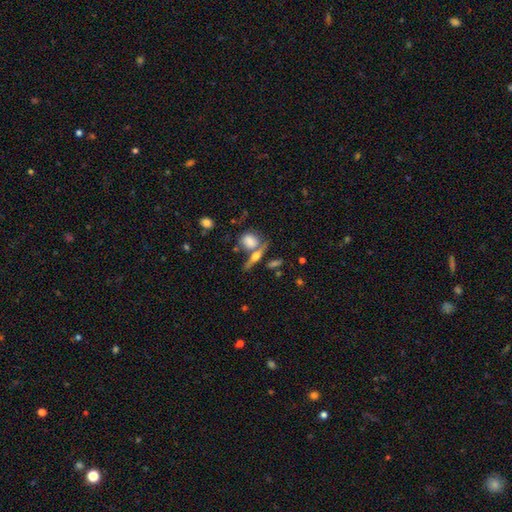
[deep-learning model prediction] smooth_or_featured: featured or disk (p=0.50) [alt: smooth p=0.40]
merging: none (p=0.60) [alt: merger p=0.22]